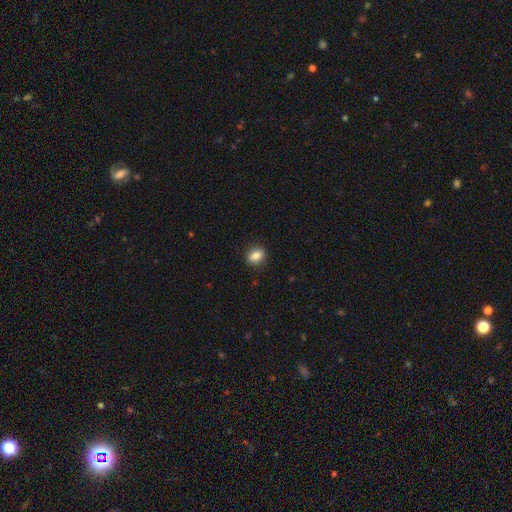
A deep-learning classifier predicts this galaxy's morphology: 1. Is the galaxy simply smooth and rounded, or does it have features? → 86% smooth, 9% star or artifact, 5% featured or disk.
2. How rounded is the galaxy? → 64% in between, 34% round, 2% cigar-shaped.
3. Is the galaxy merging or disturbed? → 88% none, 9% minor disturbance, 2% major disturbance, 1% merger.